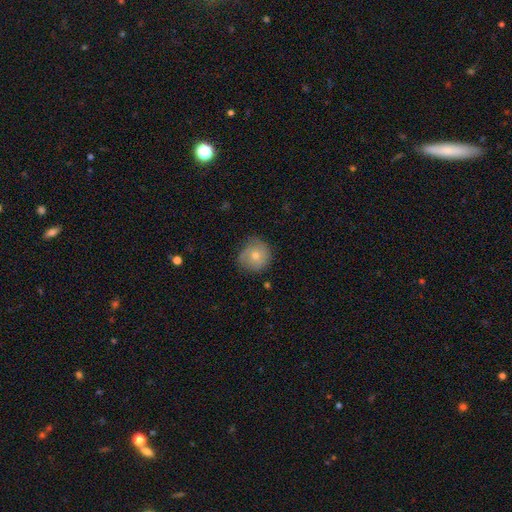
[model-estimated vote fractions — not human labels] A smooth galaxy with no disk features (65%) that is round (89%). Merging: none (67%).